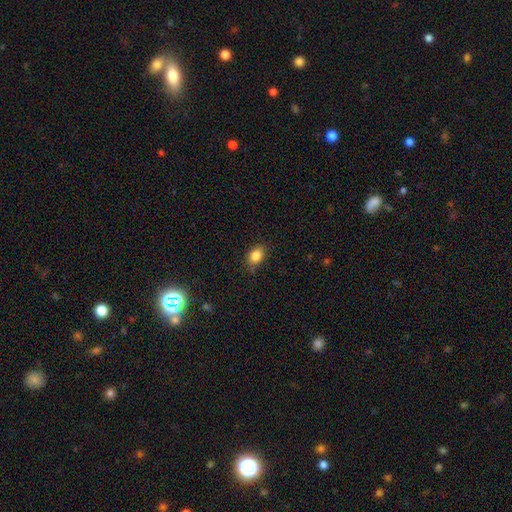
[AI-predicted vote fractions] Smooth or featured: smooth — 84% (star or artifact — 10%)
How rounded: in between — 70% (round — 29%)
Merging: none — 81% (minor disturbance — 15%)